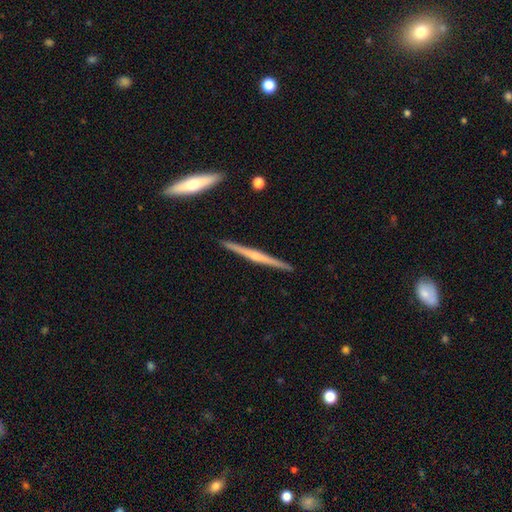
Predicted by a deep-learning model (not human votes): Smooth or featured: featured or disk — 72% (smooth — 23%)
Edge-on disk: yes — 98% (no — 2%)
Edge-on bulge: rounded — 63% (none — 28%)
Merging: none — 91% (minor disturbance — 6%)